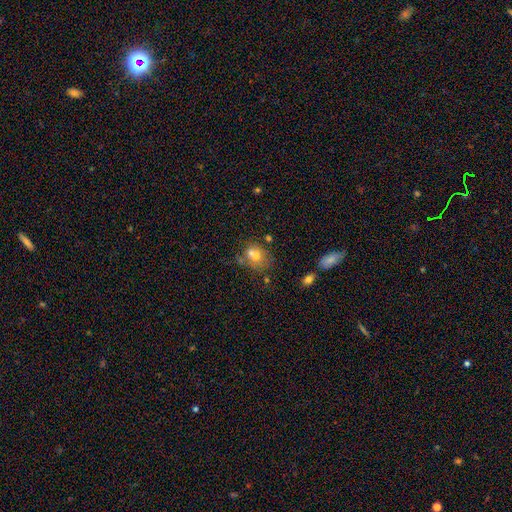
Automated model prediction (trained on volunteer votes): Smooth or featured? Predicted: smooth (p=0.68). How rounded? Predicted: in between (p=0.50). Merging? Predicted: none (p=0.39).